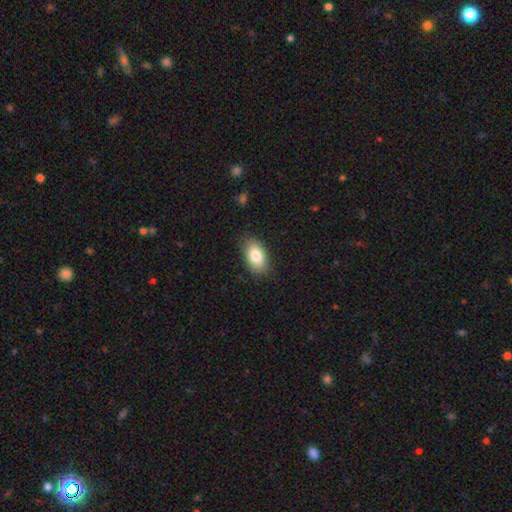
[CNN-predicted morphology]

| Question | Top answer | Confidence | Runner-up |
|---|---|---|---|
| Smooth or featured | smooth | 83% | featured or disk (10%) |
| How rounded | in between | 93% | round (5%) |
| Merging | none | 85% | minor disturbance (12%) |